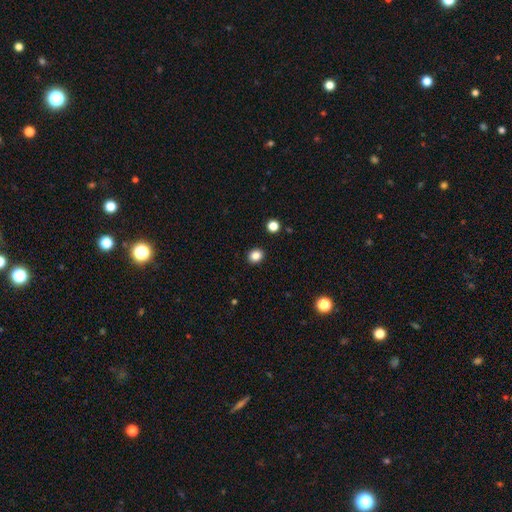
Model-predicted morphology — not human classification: type=smooth (85%); roundness=round (74%); merging=none (92%).